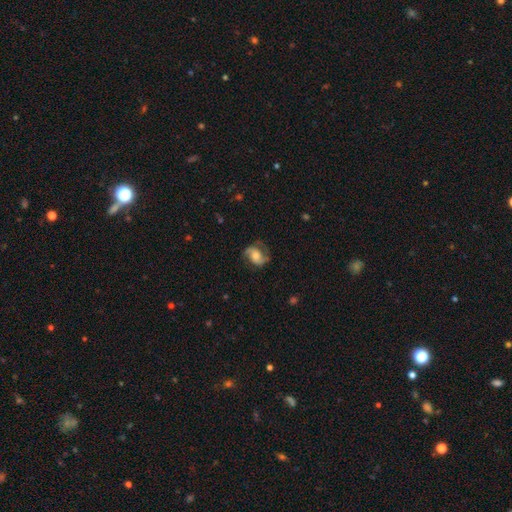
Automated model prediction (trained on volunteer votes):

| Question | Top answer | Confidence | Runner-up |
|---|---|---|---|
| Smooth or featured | featured or disk | 72% | smooth (20%) |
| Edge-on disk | no | 97% | yes (3%) |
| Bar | no | 57% | weak (31%) |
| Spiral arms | yes | 93% | no (7%) |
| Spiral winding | medium | 48% | loose (31%) |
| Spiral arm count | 2 | 86% | can't tell (5%) |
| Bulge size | moderate | 52% | small (26%) |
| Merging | none | 67% | minor disturbance (19%) |